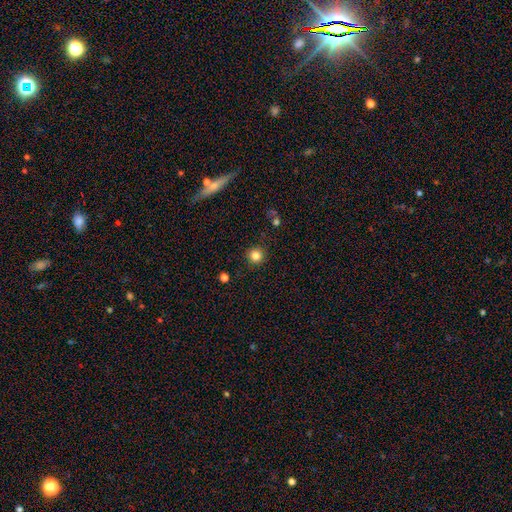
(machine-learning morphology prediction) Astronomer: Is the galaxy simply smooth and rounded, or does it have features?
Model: smooth — 83%.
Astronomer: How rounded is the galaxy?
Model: round — 94%.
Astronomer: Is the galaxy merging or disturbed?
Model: none — 90%.